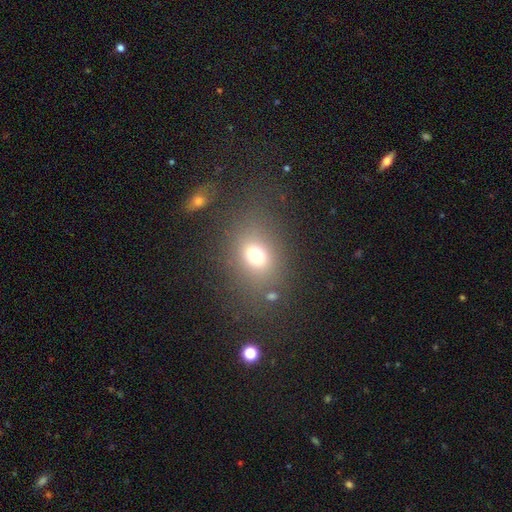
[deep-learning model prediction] A smooth galaxy with no disk features (71%) that is round (52%).

Vote fractions:
- Smooth or featured? smooth: 71% / star or artifact: 18% / featured or disk: 11%
- How rounded? round: 52% / in between: 47% / cigar-shaped: 1%
- Merging? none: 74% / minor disturbance: 12% / major disturbance: 9% / merger: 5%